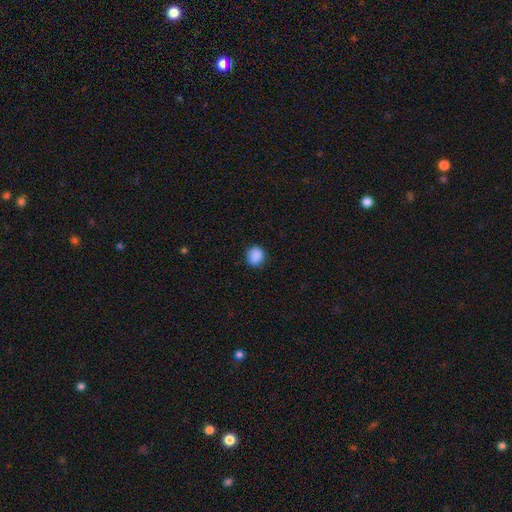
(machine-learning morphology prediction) smooth_or_featured: smooth (p=0.89) [alt: star or artifact p=0.09]
how_rounded: round (p=0.81) [alt: in between p=0.18]
merging: none (p=0.87) [alt: minor disturbance p=0.10]